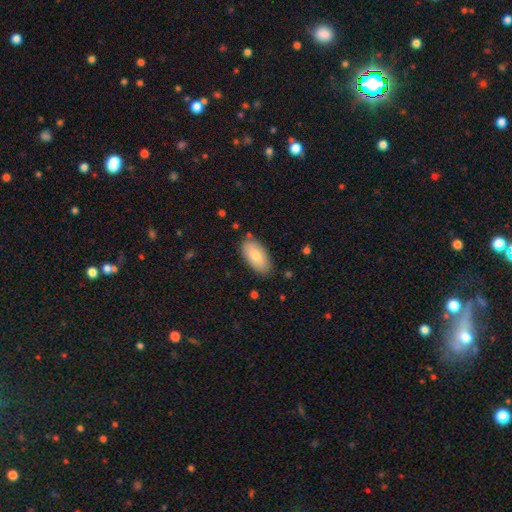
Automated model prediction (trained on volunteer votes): smooth_or_featured: smooth (p=0.76) [alt: featured or disk p=0.17]
how_rounded: in between (p=0.94) [alt: cigar-shaped p=0.03]
merging: none (p=0.80) [alt: minor disturbance p=0.15]